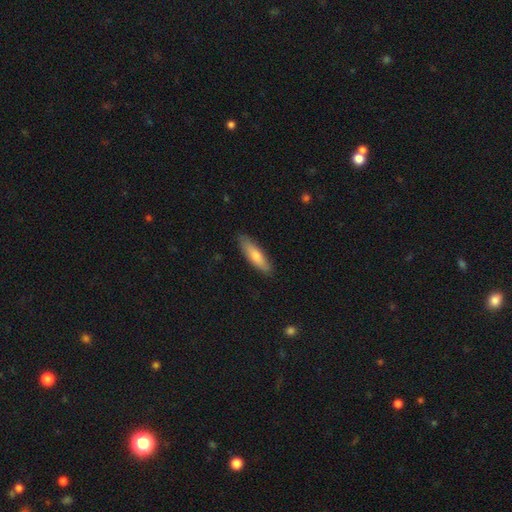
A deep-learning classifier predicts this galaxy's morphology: This appears to be a smooth galaxy with no disk features (73%) that is cigar-shaped (68%). Merging: none (86%).